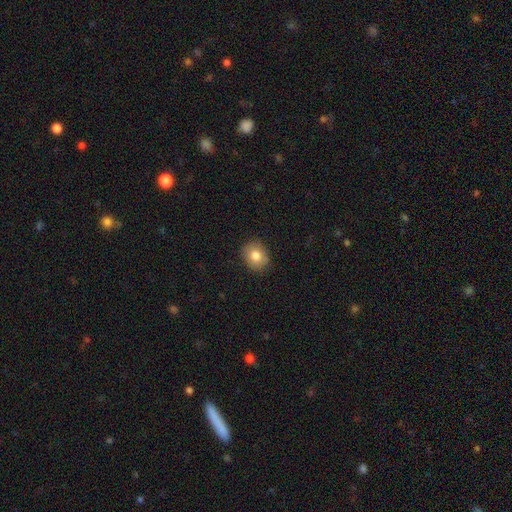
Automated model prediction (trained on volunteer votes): Smooth or featured? smooth (81%)
How rounded? round (57%)
Merging? none (86%)